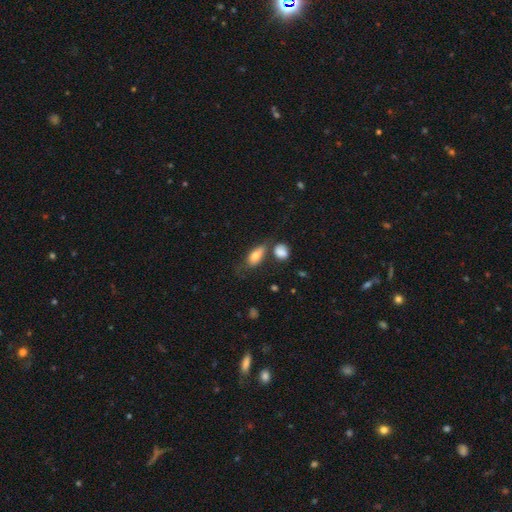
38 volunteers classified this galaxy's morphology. type=smooth (84%); roundness=in between (84%); merging=none (38%).